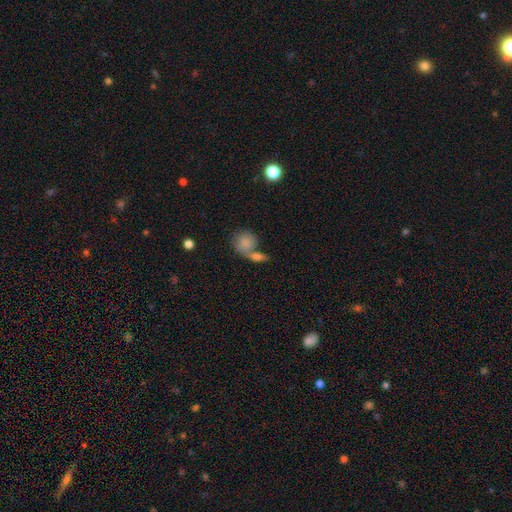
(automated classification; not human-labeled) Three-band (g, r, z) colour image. It shows a smooth galaxy with no disk features (71%) that is round (62%). Merging: none (42%).